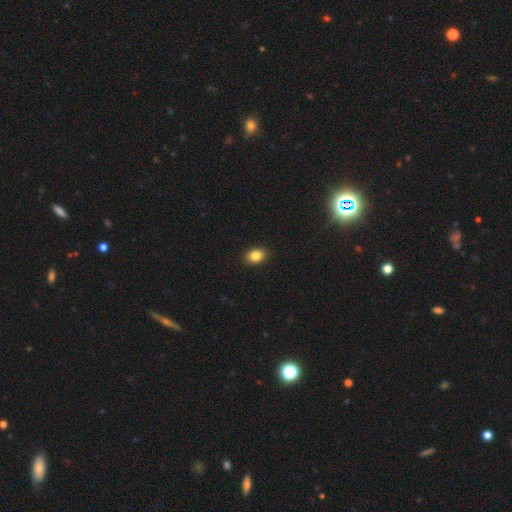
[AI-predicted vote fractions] This is clearly a smooth galaxy (86%). How rounded: likely in between (72%). Merging: clearly none (90%).